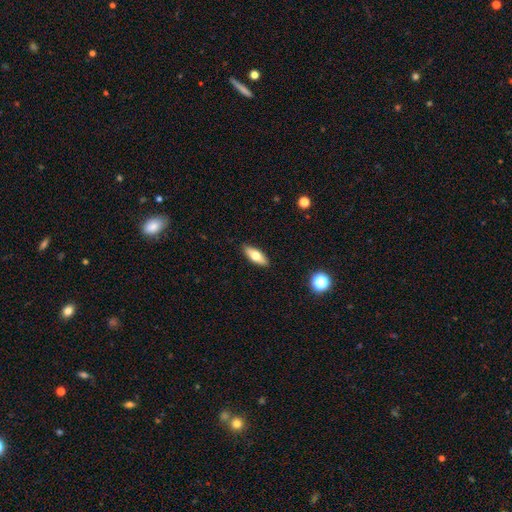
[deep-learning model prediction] This is likely a smooth galaxy (67%). How rounded: likely in between (70%). Merging: clearly none (89%).